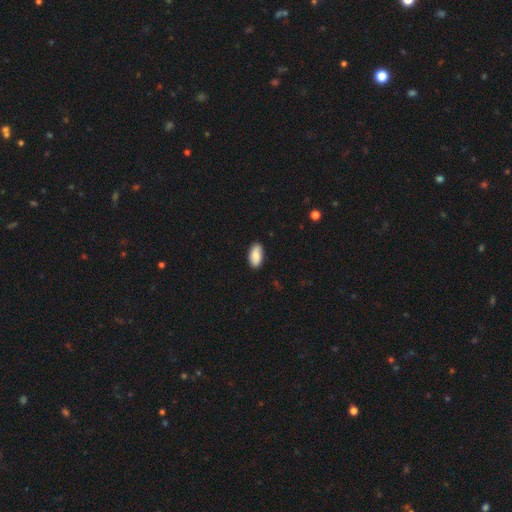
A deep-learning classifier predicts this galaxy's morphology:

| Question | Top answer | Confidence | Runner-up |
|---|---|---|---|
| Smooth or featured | smooth | 87% | featured or disk (7%) |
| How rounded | in between | 94% | cigar-shaped (4%) |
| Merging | none | 87% | minor disturbance (11%) |